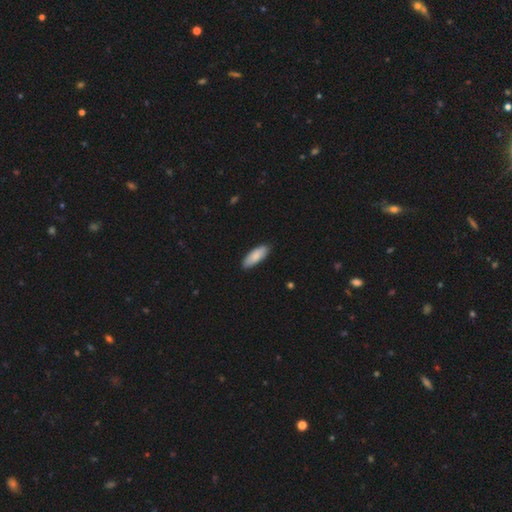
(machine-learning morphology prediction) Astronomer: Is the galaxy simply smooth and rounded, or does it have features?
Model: smooth — 87%.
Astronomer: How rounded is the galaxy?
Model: in between — 69%.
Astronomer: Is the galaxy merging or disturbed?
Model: none — 87%.